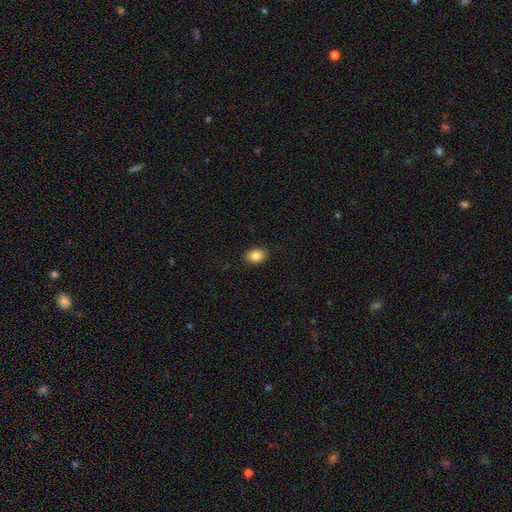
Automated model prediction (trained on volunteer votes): smooth 85%, star or artifact 8%, featured or disk 7%. Down the decision tree: how rounded — in between (77%); merging — none (89%).